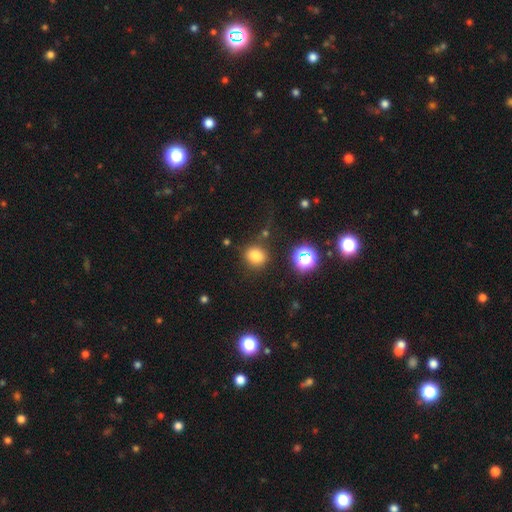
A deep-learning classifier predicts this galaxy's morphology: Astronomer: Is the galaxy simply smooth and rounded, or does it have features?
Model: smooth — 78%.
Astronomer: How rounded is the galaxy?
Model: round — 72%.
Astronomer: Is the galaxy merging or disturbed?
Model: none — 80%.